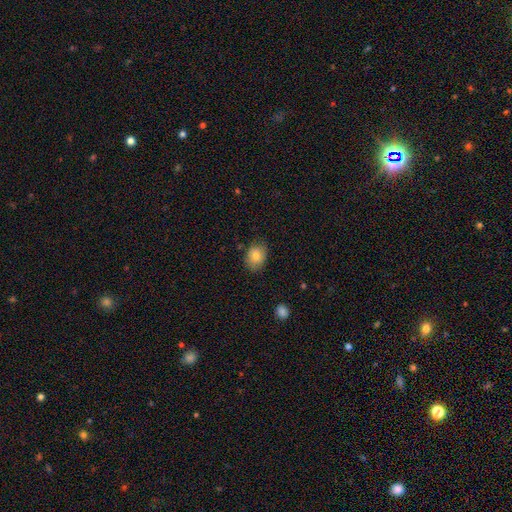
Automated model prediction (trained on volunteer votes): smooth_or_featured: smooth (p=0.79) [alt: featured or disk p=0.13]
how_rounded: in between (p=0.62) [alt: round p=0.37]
merging: none (p=0.76) [alt: minor disturbance p=0.19]